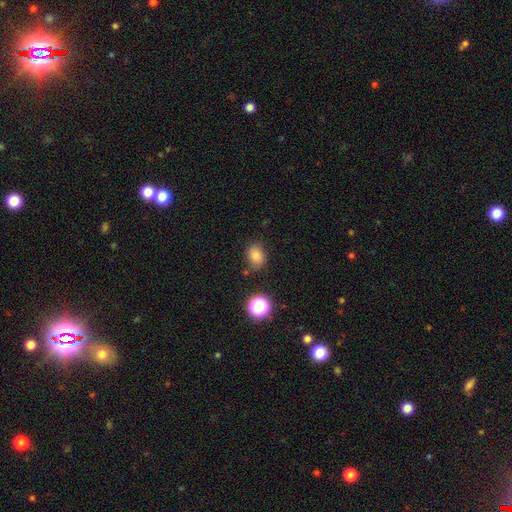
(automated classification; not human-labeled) smooth-or-featured: smooth: 79% | star or artifact: 14% | featured or disk: 7%
  how-rounded: in between: 55% | round: 44% | cigar-shaped: 1%
  merging: none: 78% | minor disturbance: 14% | merger: 4% | major disturbance: 4%